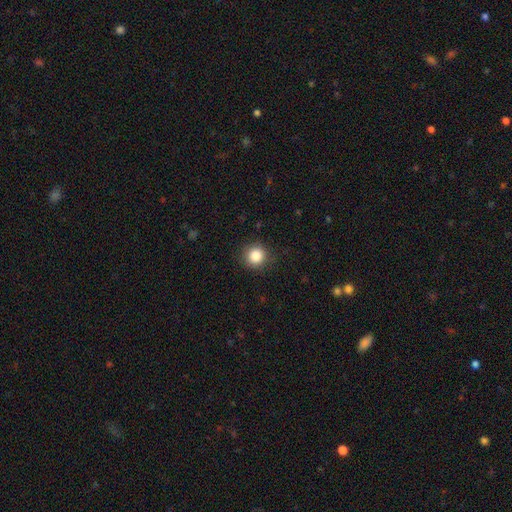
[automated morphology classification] Smooth or featured?
  - smooth: 86% *
  - star or artifact: 10%
  - featured or disk: 4%
How rounded?
  - round: 93% *
  - in between: 6%
  - cigar-shaped: 1%
Merging?
  - none: 88% *
  - minor disturbance: 8%
  - major disturbance: 3%
  - merger: 1%